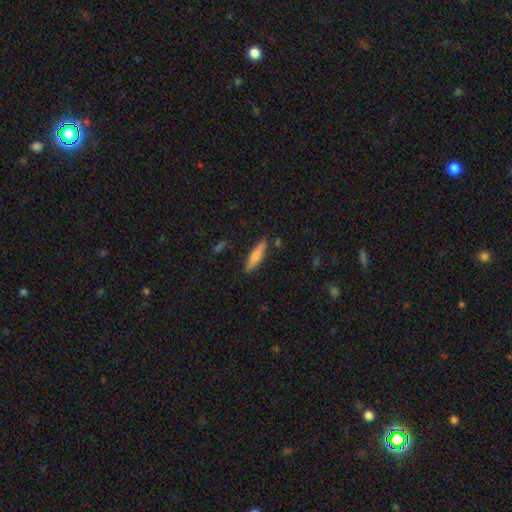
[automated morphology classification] smooth 53%, featured or disk 41%, star or artifact 6%. Down the decision tree: how rounded — cigar-shaped (82%); merging — none (86%).